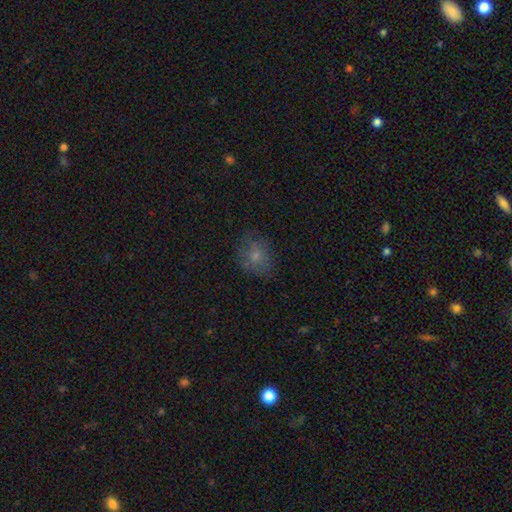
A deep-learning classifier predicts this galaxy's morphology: Smooth or featured?
  - smooth: 69% *
  - featured or disk: 19%
  - star or artifact: 12%
How rounded?
  - round: 53% *
  - in between: 45%
  - cigar-shaped: 1%
Merging?
  - none: 66% *
  - minor disturbance: 22%
  - major disturbance: 10%
  - merger: 2%